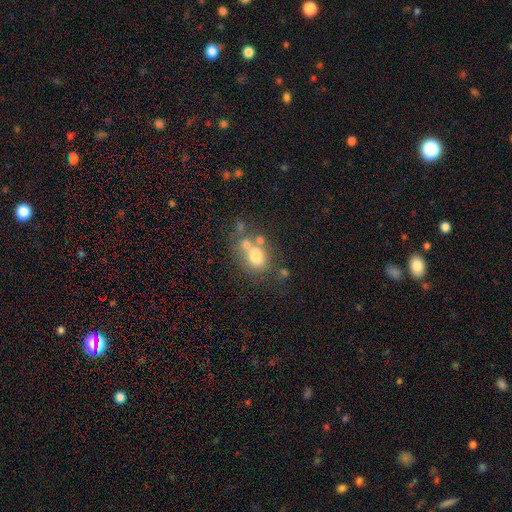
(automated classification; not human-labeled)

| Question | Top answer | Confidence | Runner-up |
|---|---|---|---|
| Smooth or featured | smooth | 66% | featured or disk (22%) |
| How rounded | in between | 66% | round (32%) |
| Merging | none | 38% | merger (37%) |